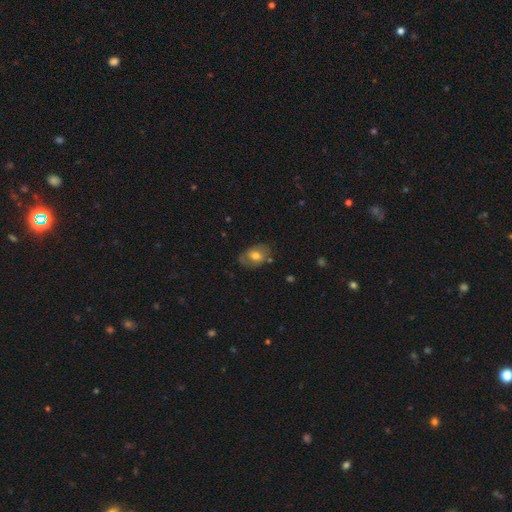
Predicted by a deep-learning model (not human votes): This is possibly a smooth galaxy (58%). How rounded: likely in between (78%). Merging: likely none (70%).